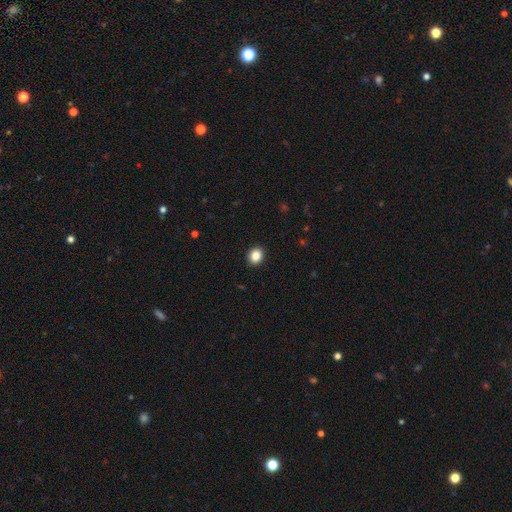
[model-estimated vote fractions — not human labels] Overall: smooth (86%). How rounded: round (73%). Merging: none (93%).